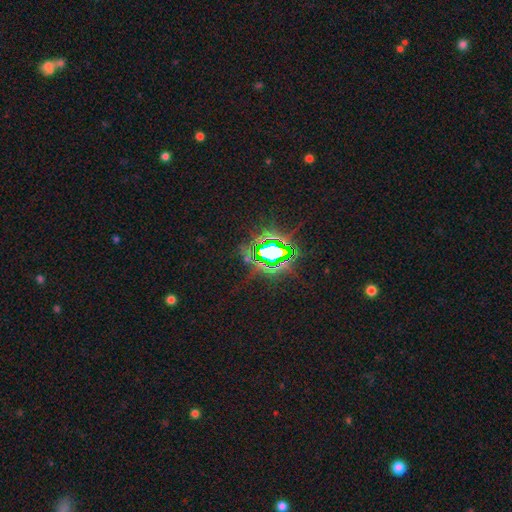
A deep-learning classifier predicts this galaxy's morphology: star or artifact 85%, smooth 9%, featured or disk 6%.